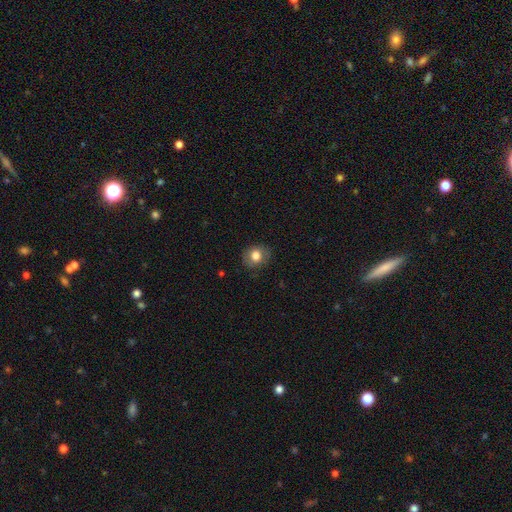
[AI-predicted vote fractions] Smooth or featured: smooth — 78% (featured or disk — 13%)
How rounded: round — 66% (in between — 34%)
Merging: none — 84% (minor disturbance — 12%)